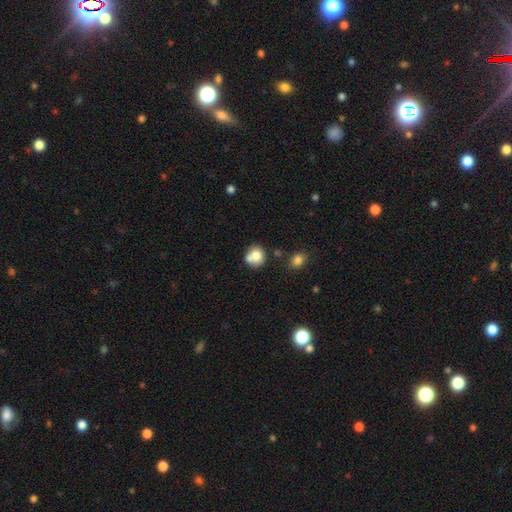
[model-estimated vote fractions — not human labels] Smooth or featured? Predicted: smooth (p=0.75). How rounded? Predicted: round (p=0.84). Merging? Predicted: none (p=0.53).